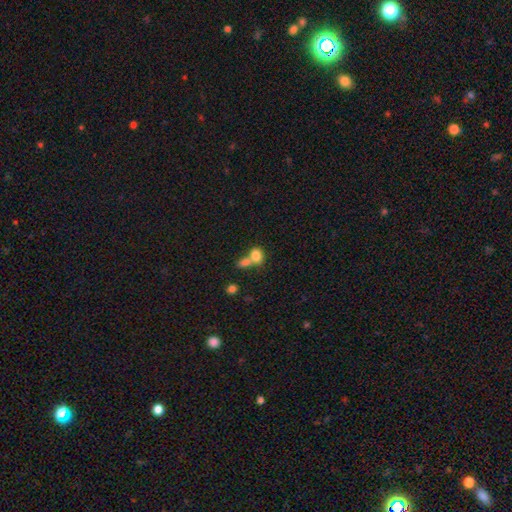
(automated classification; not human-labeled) This is likely a smooth galaxy (80%). How rounded: likely in between (66%). Merging: possibly merger (59%).